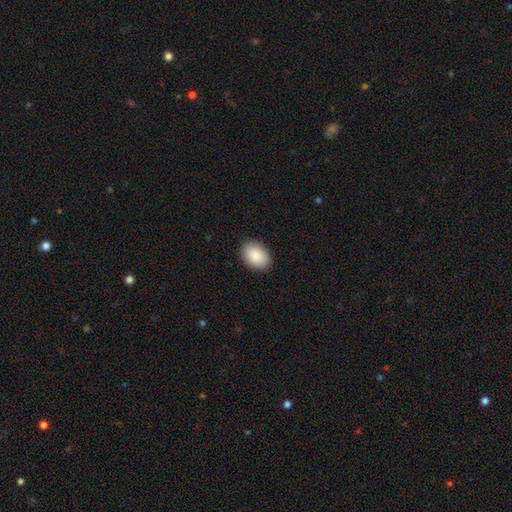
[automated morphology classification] Smooth or featured: smooth — 89% (star or artifact — 6%)
How rounded: in between — 84% (round — 15%)
Merging: none — 89% (minor disturbance — 8%)